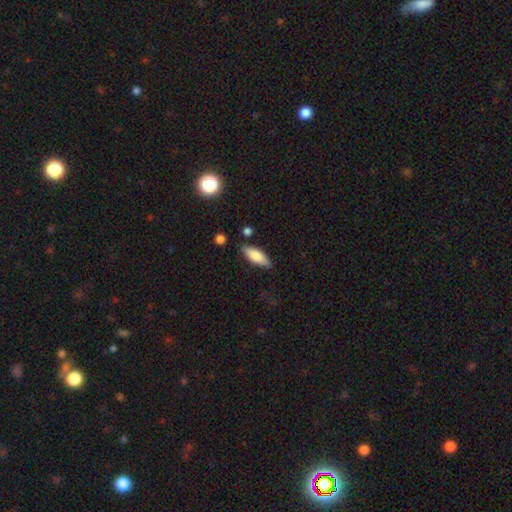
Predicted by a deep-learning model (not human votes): smooth-or-featured: smooth: 77% | featured or disk: 16% | star or artifact: 6%
  how-rounded: in between: 68% | cigar-shaped: 30% | round: 2%
  merging: none: 81% | minor disturbance: 13% | merger: 3% | major disturbance: 3%